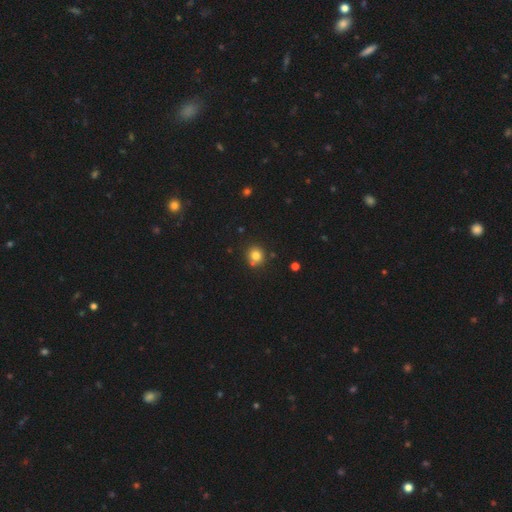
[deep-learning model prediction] Q: Smooth or featured?
A: smooth (80%); runner-up: star or artifact (13%)
Q: How rounded?
A: round (89%); runner-up: in between (10%)
Q: Merging?
A: none (76%); runner-up: merger (11%)